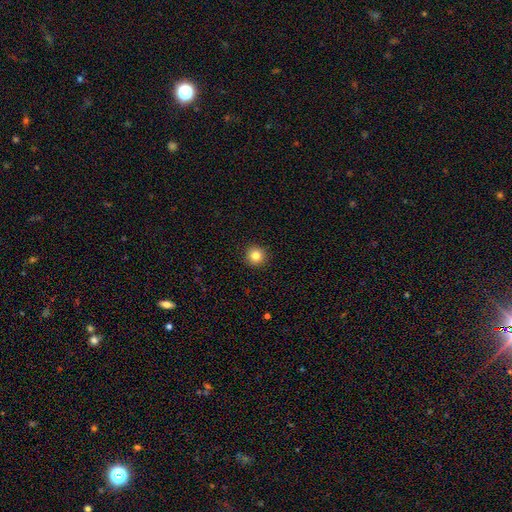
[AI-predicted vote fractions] Smooth or featured?
  - smooth: 84% *
  - star or artifact: 11%
  - featured or disk: 6%
How rounded?
  - round: 95% *
  - in between: 4%
  - cigar-shaped: 1%
Merging?
  - none: 93% *
  - minor disturbance: 5%
  - major disturbance: 2%
  - merger: 1%